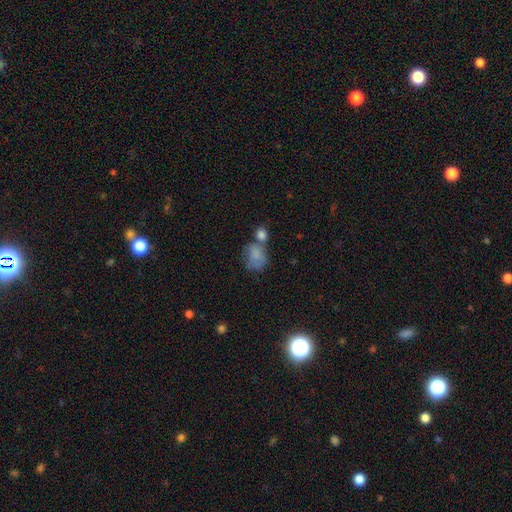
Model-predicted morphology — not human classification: smooth-or-featured: smooth: 74% | featured or disk: 17% | star or artifact: 9%
  how-rounded: in between: 56% | round: 43% | cigar-shaped: 1%
  merging: merger: 39% | none: 28% | minor disturbance: 18% | major disturbance: 14%